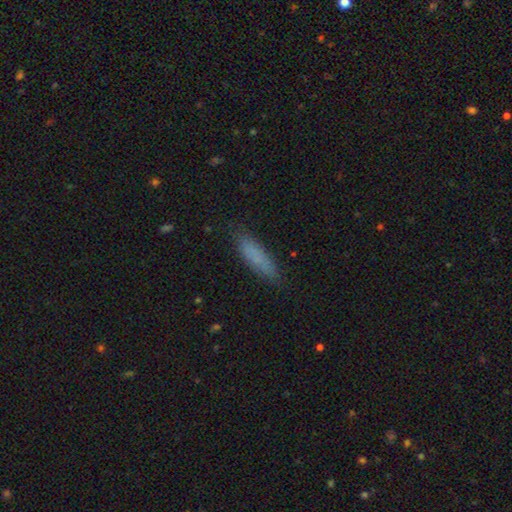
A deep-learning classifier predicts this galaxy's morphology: smooth-or-featured: smooth: 80% | featured or disk: 12% | star or artifact: 8%
  how-rounded: cigar-shaped: 72% | in between: 26% | round: 2%
  merging: none: 82% | minor disturbance: 13% | major disturbance: 3% | merger: 1%